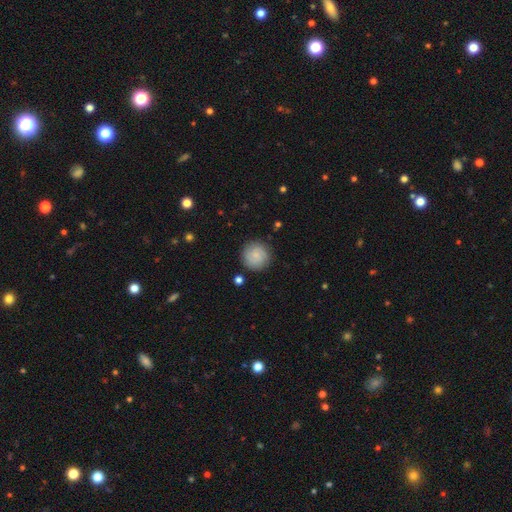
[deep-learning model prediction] A smooth galaxy with no disk features (69%) that is round (94%). Merging: none (86%).